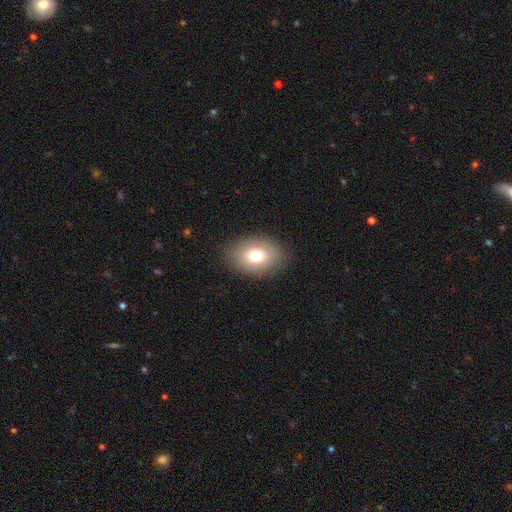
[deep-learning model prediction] Morphology: type=smooth (74%); roundness=in between (76%); merging=none (86%).